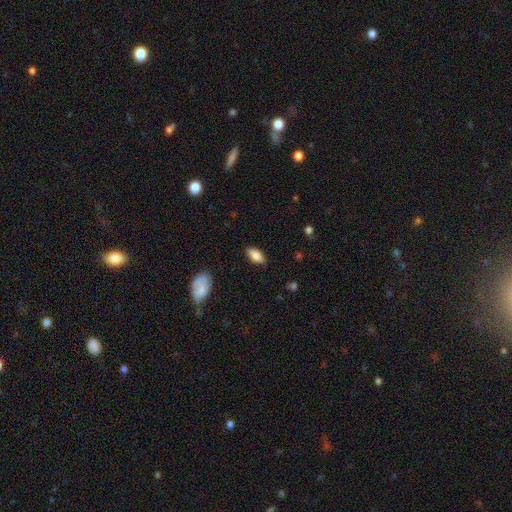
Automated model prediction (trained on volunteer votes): Overall: smooth (79%). How rounded: in between (86%). Merging: none (85%).